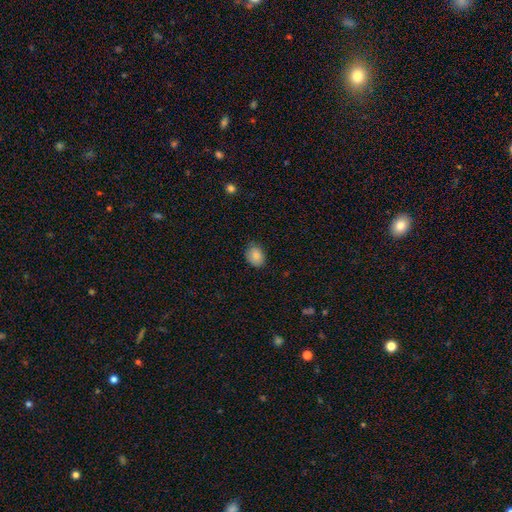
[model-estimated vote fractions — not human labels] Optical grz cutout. It shows a smooth galaxy with no disk features (85%) that is in between round and cigar-shaped (64%). Merging: none (81%).